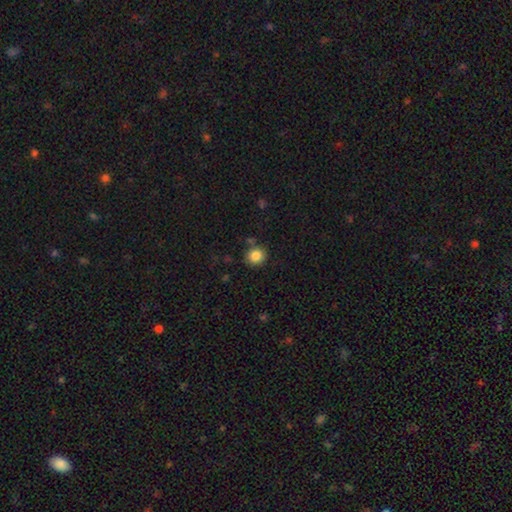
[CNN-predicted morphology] smooth-or-featured: smooth: 85% | star or artifact: 10% | featured or disk: 5%
  how-rounded: round: 87% | in between: 12% | cigar-shaped: 1%
  merging: none: 81% | minor disturbance: 11% | merger: 5% | major disturbance: 3%